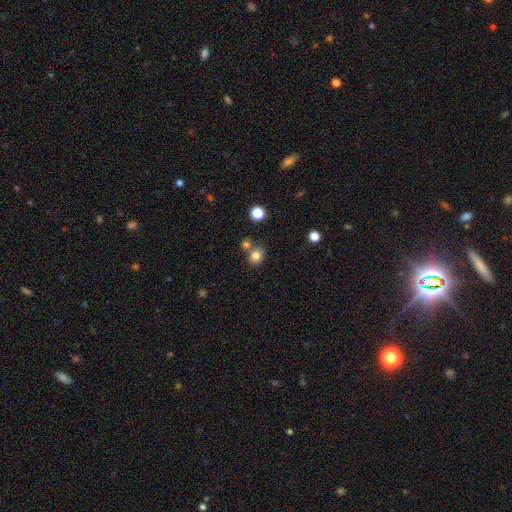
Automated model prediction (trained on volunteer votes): Q: Smooth or featured?
A: smooth (81%); runner-up: star or artifact (12%)
Q: How rounded?
A: round (74%); runner-up: in between (25%)
Q: Merging?
A: none (64%); runner-up: merger (24%)